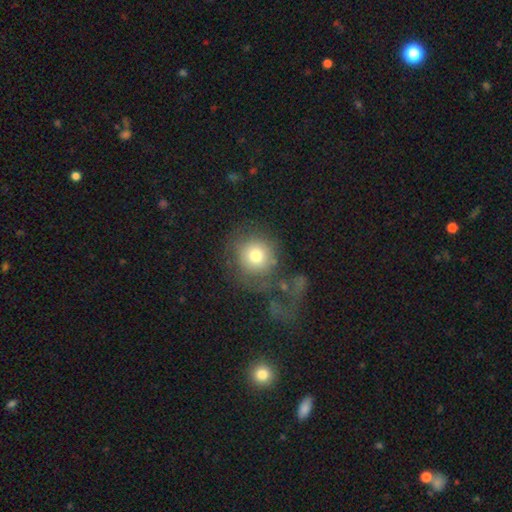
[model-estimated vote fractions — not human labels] Overall: smooth (73%). How rounded: round (89%). Merging: none (42%; major disturbance 29%).